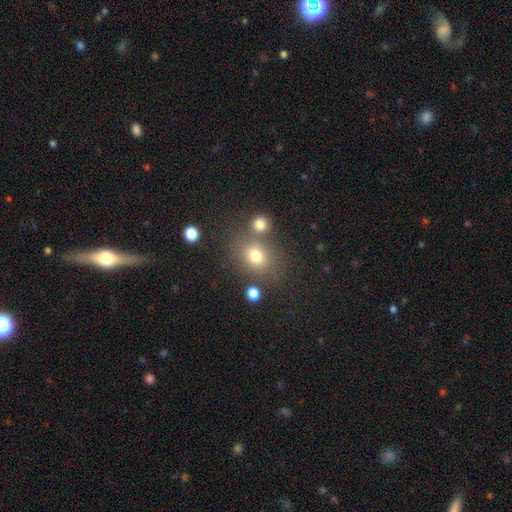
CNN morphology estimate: Smooth or featured: smooth — 75% (star or artifact — 15%)
How rounded: round — 62% (in between — 37%)
Merging: none — 63% (merger — 20%)